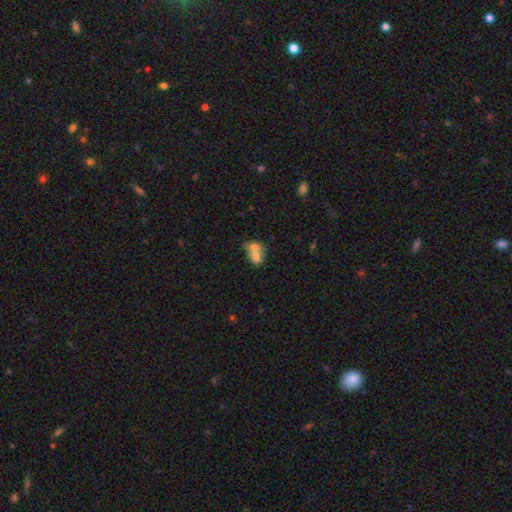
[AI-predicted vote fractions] Smooth or featured? smooth (68%)
How rounded? in between (52%)
Merging? merger (73%)